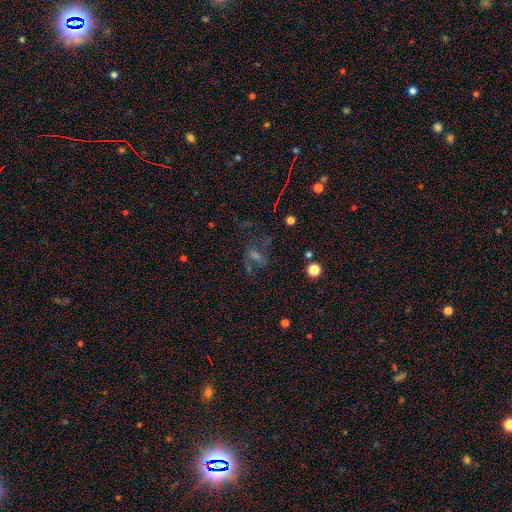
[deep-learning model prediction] Smooth or featured?
  - featured or disk: 39% *
  - star or artifact: 36%
  - smooth: 26%
Merging?
  - none: 51% *
  - major disturbance: 25%
  - minor disturbance: 18%
  - merger: 6%